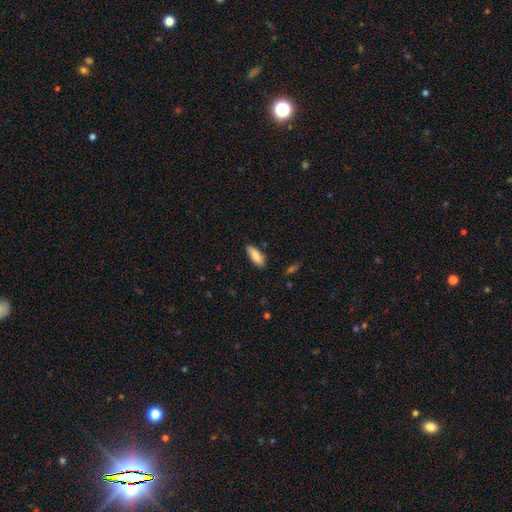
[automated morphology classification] This is clearly a smooth galaxy (86%). How rounded: likely in between (74%). Merging: likely none (80%).